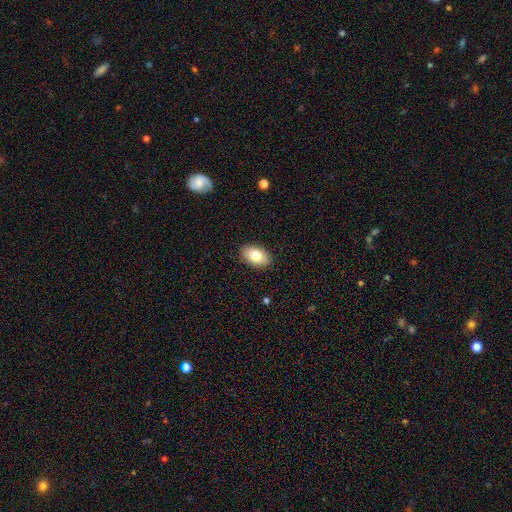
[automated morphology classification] The model was most divided on "smooth or featured": smooth: 79%, featured or disk: 14%, star or artifact: 7%. More confident: how rounded — in between (91%); merging — none (89%).